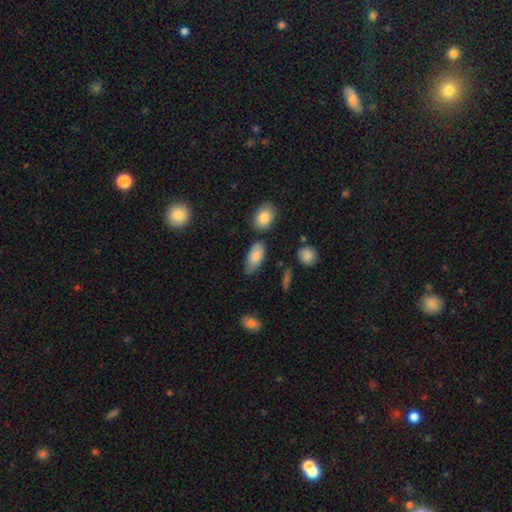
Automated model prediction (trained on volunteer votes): Smooth or featured?
  - smooth: 81% *
  - featured or disk: 12%
  - star or artifact: 7%
How rounded?
  - in between: 91% *
  - cigar-shaped: 6%
  - round: 3%
Merging?
  - none: 60% *
  - minor disturbance: 27%
  - merger: 7%
  - major disturbance: 6%